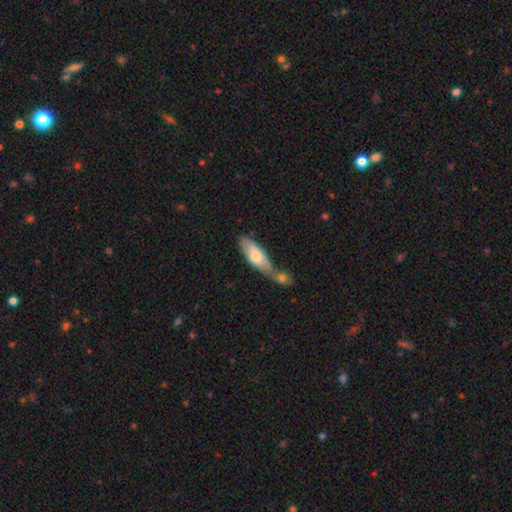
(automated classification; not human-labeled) A smooth galaxy with no disk features (65%) that is in between round and cigar-shaped (61%).

Vote fractions:
- Smooth or featured? smooth: 65% / featured or disk: 29% / star or artifact: 5%
- How rounded? in between: 61% / cigar-shaped: 37% / round: 2%
- Merging? merger: 53% / none: 27% / minor disturbance: 14% / major disturbance: 6%